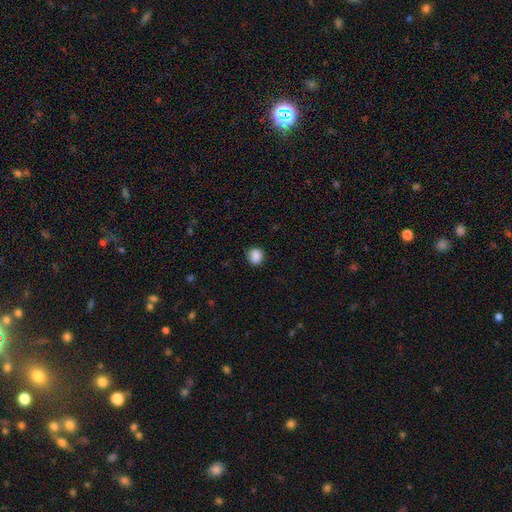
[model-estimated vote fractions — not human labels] smooth 88%, star or artifact 9%, featured or disk 3%. Down the decision tree: how rounded — round (74%); merging — none (83%).